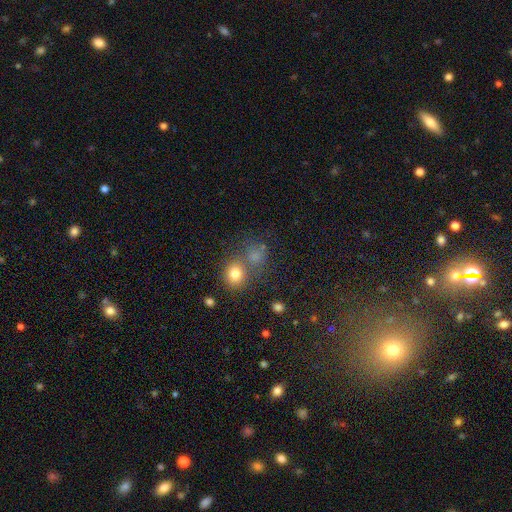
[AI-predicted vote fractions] Q: Smooth or featured?
A: smooth (72%); runner-up: star or artifact (19%)
Q: How rounded?
A: round (77%); runner-up: in between (22%)
Q: Merging?
A: none (52%); runner-up: merger (32%)